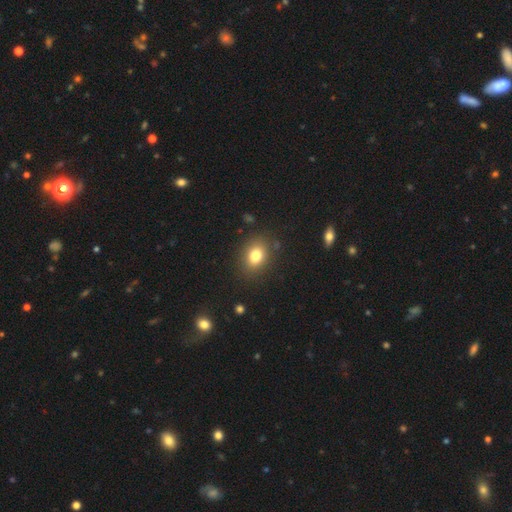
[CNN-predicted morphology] smooth-or-featured: smooth: 81% | star or artifact: 11% | featured or disk: 9%
  how-rounded: in between: 63% | round: 36% | cigar-shaped: 1%
  merging: none: 84% | minor disturbance: 11% | major disturbance: 4% | merger: 2%